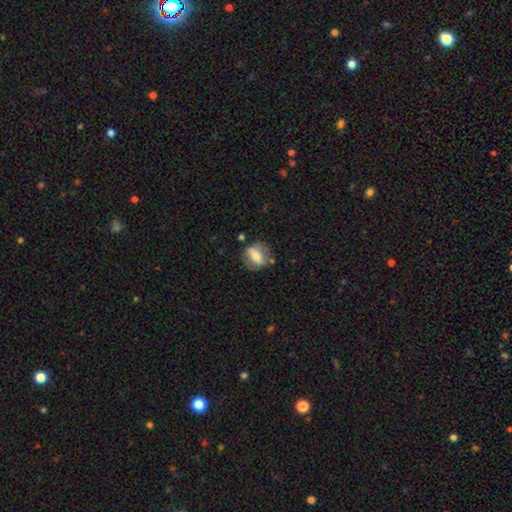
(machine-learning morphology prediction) smooth_or_featured: smooth (p=0.56) [alt: featured or disk p=0.36]
how_rounded: in between (p=0.52) [alt: round p=0.43]
merging: none (p=0.69) [alt: minor disturbance p=0.19]